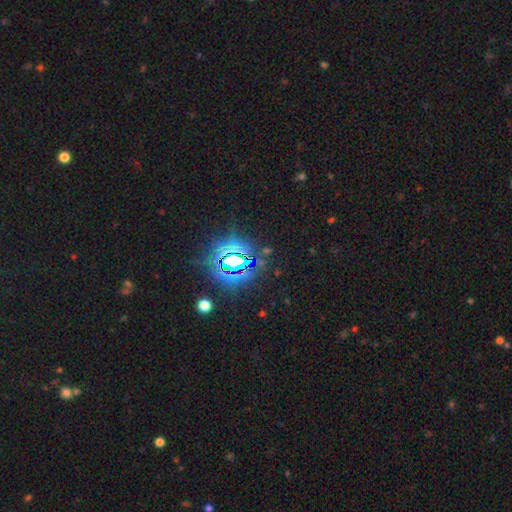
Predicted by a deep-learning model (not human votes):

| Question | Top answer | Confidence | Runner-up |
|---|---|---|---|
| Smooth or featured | star or artifact | 83% | smooth (11%) |